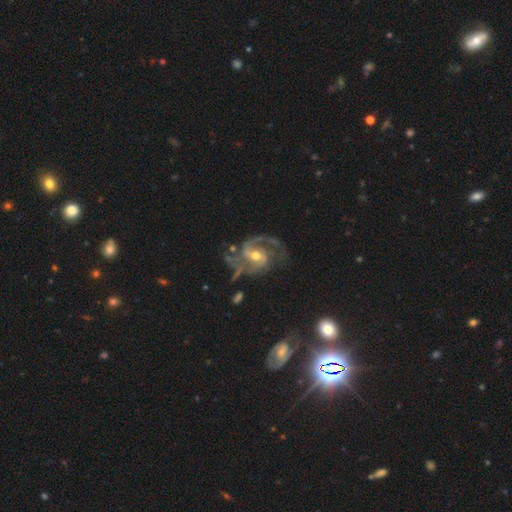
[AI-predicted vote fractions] featured or disk 91%, star or artifact 5%, smooth 4%. Down the decision tree: edge-on disk — no (98%); bar — weak (45%); spiral arms — yes (97%); spiral arm count — 2 (74%); spiral winding — medium (55%); bulge size — moderate (68%); merging — none (54%).